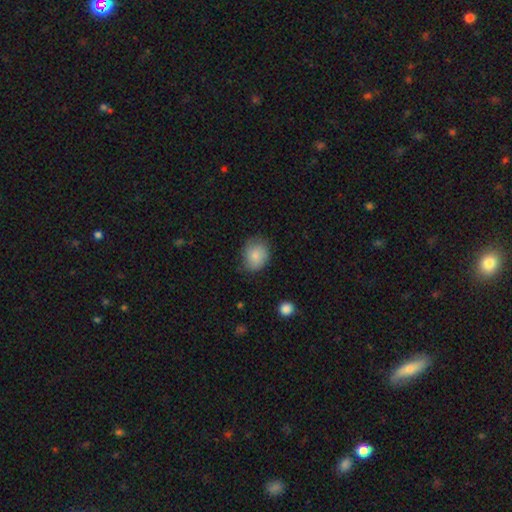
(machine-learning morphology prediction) Smooth or featured? smooth (80%)
How rounded? round (62%)
Merging? none (69%)